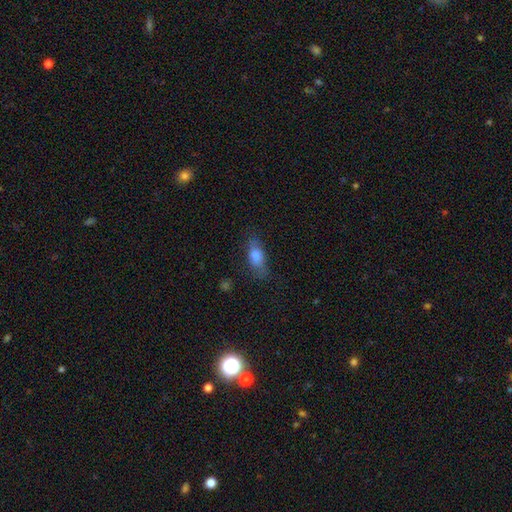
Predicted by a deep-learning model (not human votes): Smooth or featured? Predicted: smooth (p=0.73). How rounded? Predicted: in between (p=0.71). Merging? Predicted: none (p=0.71).